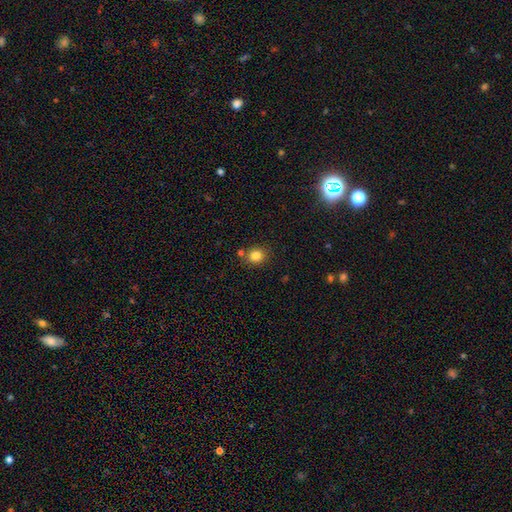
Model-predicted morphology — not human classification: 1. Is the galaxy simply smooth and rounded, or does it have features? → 84% smooth, 11% star or artifact, 5% featured or disk.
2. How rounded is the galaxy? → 76% round, 23% in between, 1% cigar-shaped.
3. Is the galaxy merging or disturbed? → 76% none, 11% minor disturbance, 10% merger, 3% major disturbance.